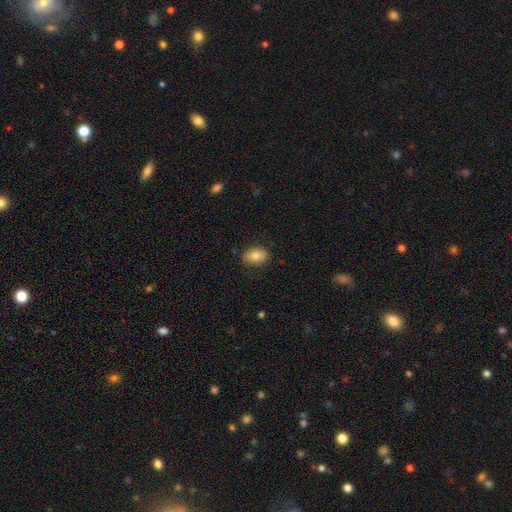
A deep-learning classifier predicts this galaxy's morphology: This is clearly a smooth galaxy (80%). How rounded: clearly in between (82%). Merging: clearly none (85%).